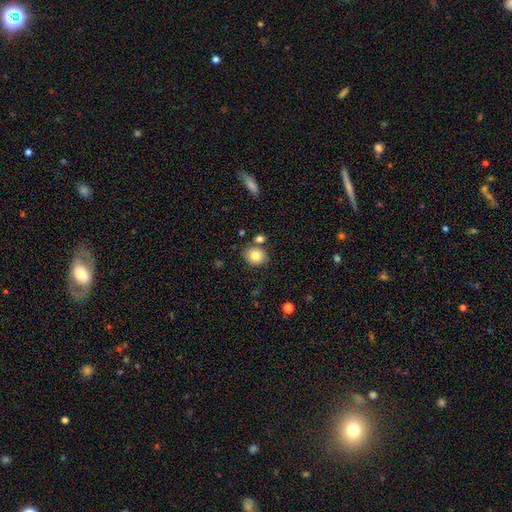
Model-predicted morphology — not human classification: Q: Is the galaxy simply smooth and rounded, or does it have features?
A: smooth — 81%.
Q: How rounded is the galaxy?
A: round — 69%.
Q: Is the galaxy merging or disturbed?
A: none — 75%.